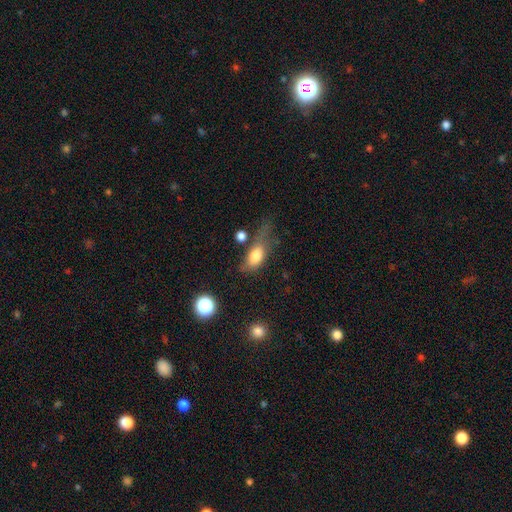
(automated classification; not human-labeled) Smooth or featured? Predicted: smooth (p=0.75). How rounded? Predicted: in between (p=0.82). Merging? Predicted: none (p=0.33).